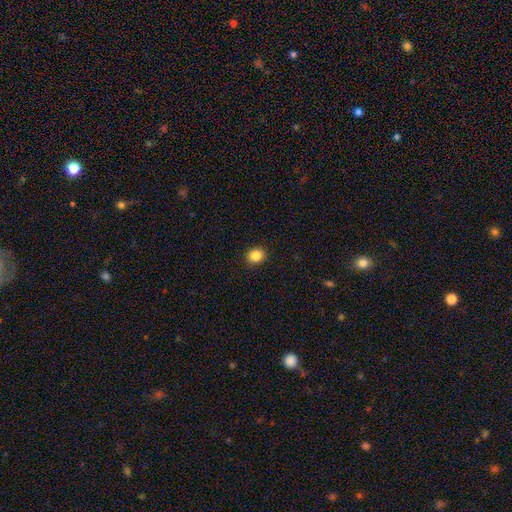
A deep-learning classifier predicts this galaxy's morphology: Smooth or featured? Predicted: smooth (p=0.86). How rounded? Predicted: round (p=0.66). Merging? Predicted: none (p=0.91).